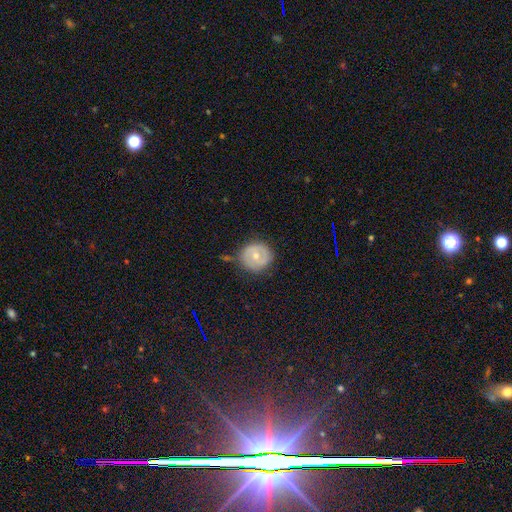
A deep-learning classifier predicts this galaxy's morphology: Smooth or featured?
  - smooth: 47% *
  - featured or disk: 46%
  - star or artifact: 7%
Merging?
  - none: 71% *
  - minor disturbance: 20%
  - major disturbance: 6%
  - merger: 3%